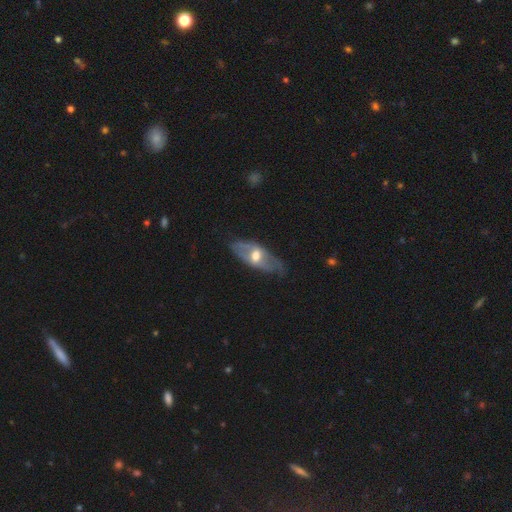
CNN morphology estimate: Smooth or featured? featured or disk (62%)
Edge-on disk? no (73%)
Merging? none (69%)